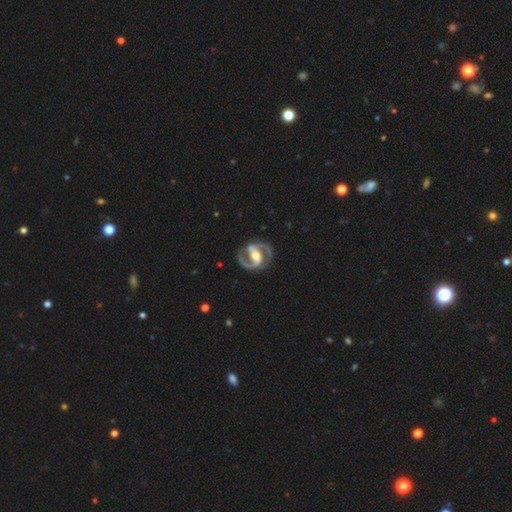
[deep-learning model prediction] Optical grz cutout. It shows a featured or disk galaxy (93%) with a strong bar (53%), 2 (94%) medium (64%) spiral arms (98%) and a moderate central bulge (66%). Merging: none (83%).